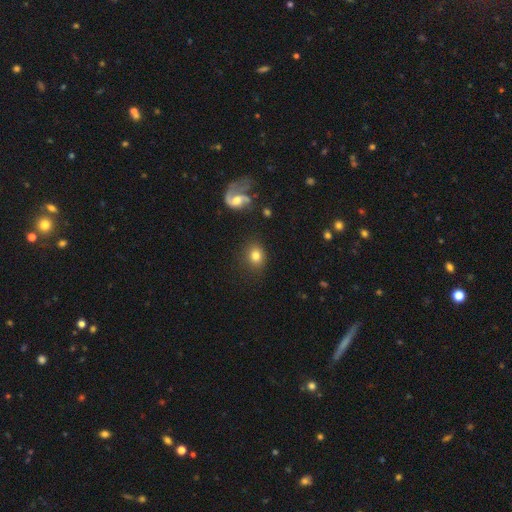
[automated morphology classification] Smooth or featured: smooth — 78% (featured or disk — 12%)
How rounded: round — 66% (in between — 33%)
Merging: none — 83% (minor disturbance — 10%)